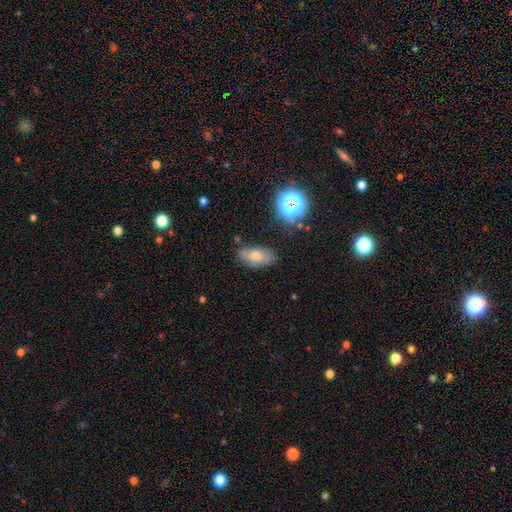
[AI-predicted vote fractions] smooth 66%, featured or disk 20%, star or artifact 14%. Down the decision tree: how rounded — in between (88%); merging — none (77%).